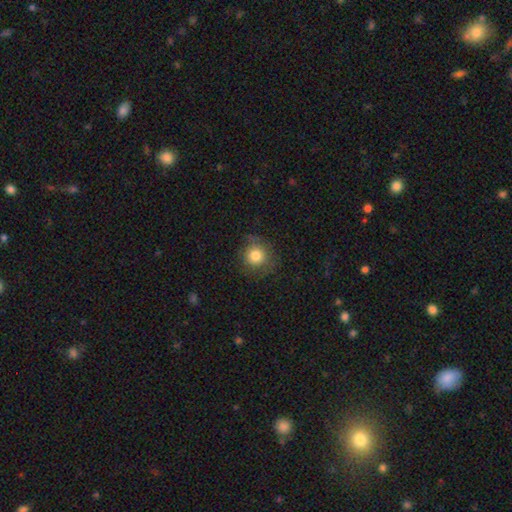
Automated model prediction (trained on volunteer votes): A smooth galaxy with no disk features (80%) that is round (91%).

Vote fractions:
- Smooth or featured? smooth: 80% / star or artifact: 10% / featured or disk: 10%
- How rounded? round: 91% / in between: 8% / cigar-shaped: 1%
- Merging? none: 78% / minor disturbance: 16% / major disturbance: 6% / merger: 1%